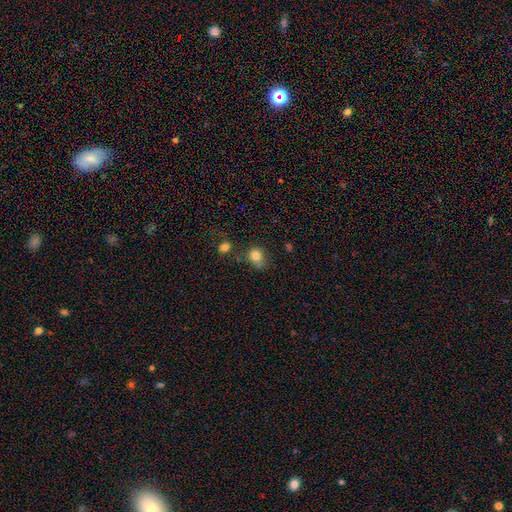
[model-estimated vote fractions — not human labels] smooth-or-featured: smooth: 81% | star or artifact: 11% | featured or disk: 7%
  how-rounded: round: 68% | in between: 31% | cigar-shaped: 1%
  merging: none: 59% | minor disturbance: 23% | merger: 10% | major disturbance: 8%